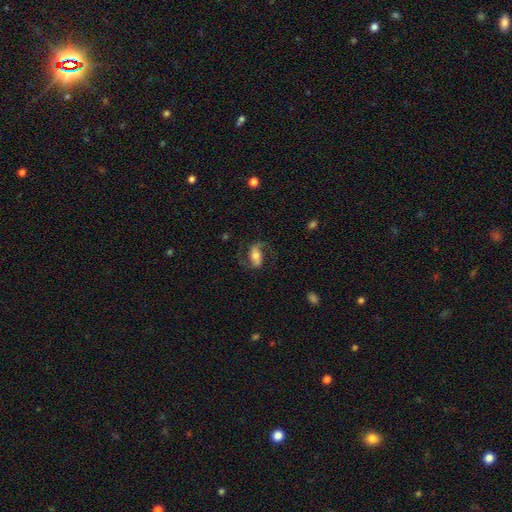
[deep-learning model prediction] Smooth or featured: featured or disk — 70% (smooth — 22%)
Edge-on disk: no — 96% (yes — 4%)
Bar: strong — 36% (tied with weak — 36%)
Spiral arms: yes — 93% (no — 7%)
Spiral winding: loose — 45% (medium — 44%)
Spiral arm count: 2 — 90% (1 — 4%)
Bulge size: moderate — 48% (small — 23%)
Merging: none — 69% (minor disturbance — 16%)